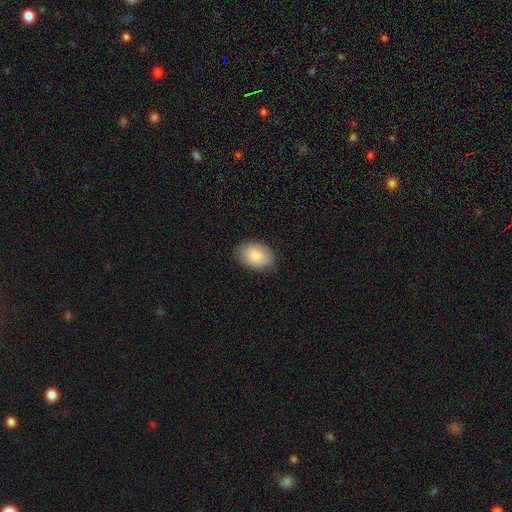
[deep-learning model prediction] A smooth galaxy with no disk features (85%) that is in between round and cigar-shaped (82%).

Vote fractions:
- Smooth or featured? smooth: 85% / featured or disk: 8% / star or artifact: 6%
- How rounded? in between: 82% / round: 17% / cigar-shaped: 1%
- Merging? none: 82% / minor disturbance: 14% / major disturbance: 3% / merger: 1%